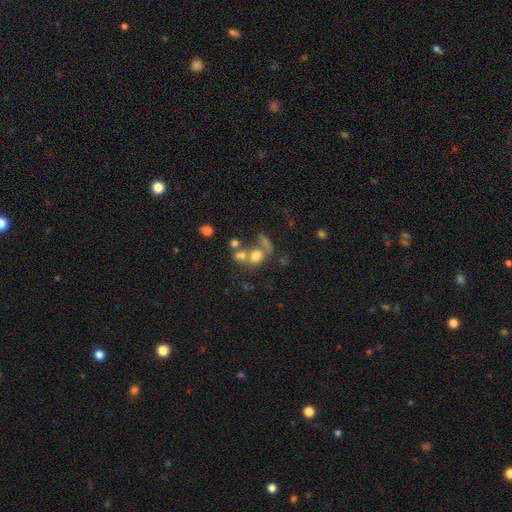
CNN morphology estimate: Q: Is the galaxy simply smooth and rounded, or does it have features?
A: smooth — 65%.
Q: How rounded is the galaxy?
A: round — 69%.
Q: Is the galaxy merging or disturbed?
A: merger — 47%.